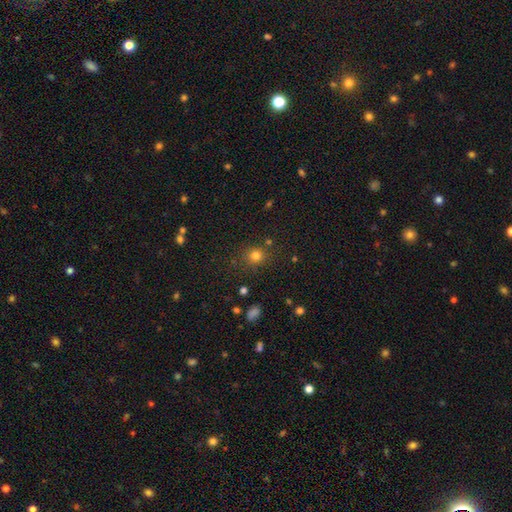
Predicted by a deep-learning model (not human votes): smooth_or_featured: smooth (p=0.78) [alt: star or artifact p=0.16]
how_rounded: round (p=0.86) [alt: in between p=0.13]
merging: none (p=0.82) [alt: minor disturbance p=0.10]